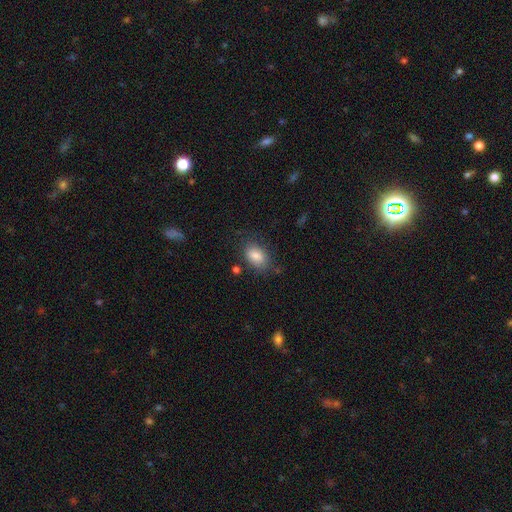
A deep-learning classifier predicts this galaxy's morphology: The model was most divided on "merging": none: 72%, minor disturbance: 19%, major disturbance: 6%, merger: 3%. More confident: how rounded — in between (87%); smooth or featured — smooth (84%).